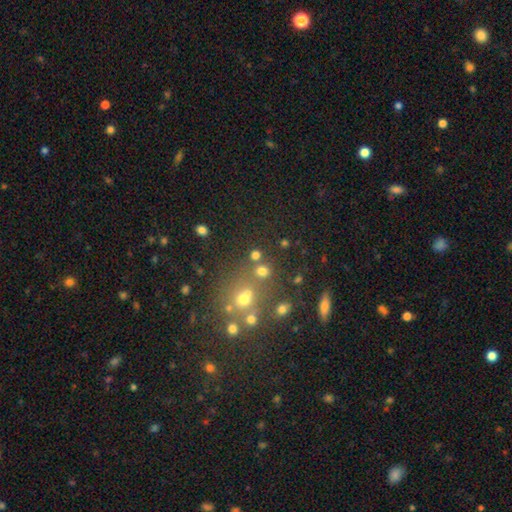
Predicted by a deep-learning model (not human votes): A smooth galaxy with no disk features (68%) that is round (86%).

Vote fractions:
- Smooth or featured? smooth: 68% / star or artifact: 22% / featured or disk: 10%
- How rounded? round: 86% / in between: 13% / cigar-shaped: 1%
- Merging? none: 69% / merger: 17% / minor disturbance: 8% / major disturbance: 5%